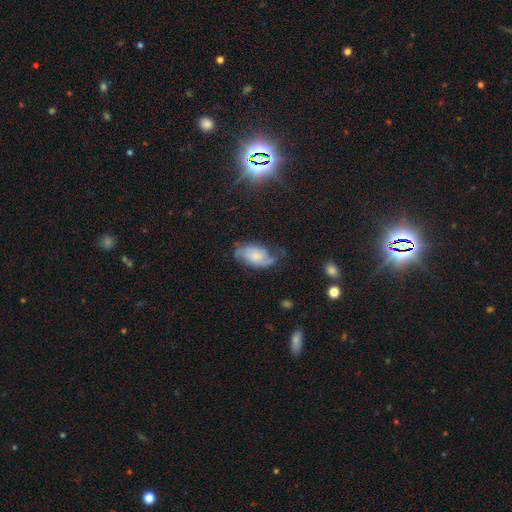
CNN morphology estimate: Smooth or featured: featured or disk — 50% (smooth — 41%)
Edge-on disk: no — 94% (yes — 6%)
Merging: none — 50% (minor disturbance — 32%)